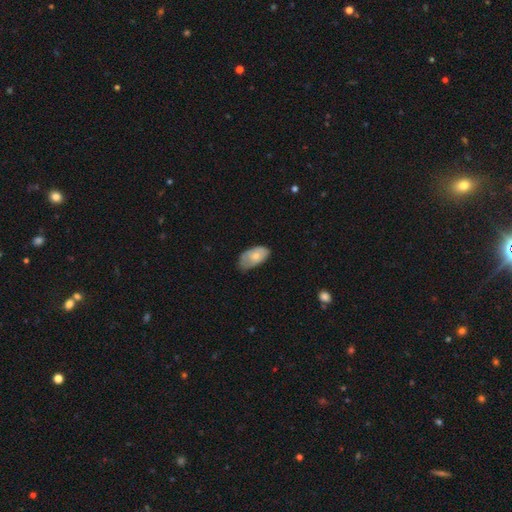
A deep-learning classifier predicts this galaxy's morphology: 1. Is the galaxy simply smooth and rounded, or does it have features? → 72% smooth, 22% featured or disk, 6% star or artifact.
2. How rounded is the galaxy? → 94% in between, 4% round, 2% cigar-shaped.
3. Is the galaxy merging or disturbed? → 48% none, 41% minor disturbance, 10% major disturbance, 2% merger.